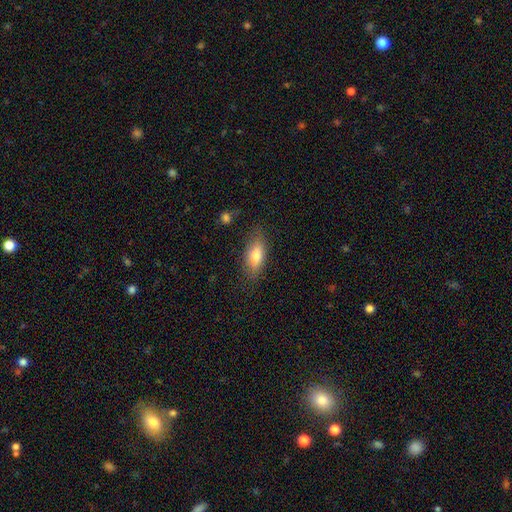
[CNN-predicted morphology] type=smooth (73%); roundness=in between (68%); merging=none (79%).